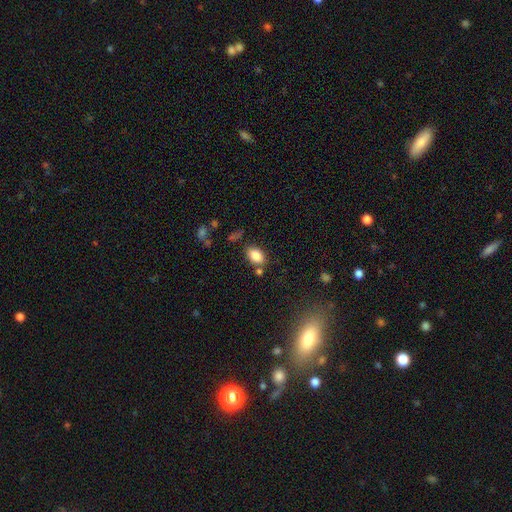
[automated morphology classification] smooth 85%, star or artifact 8%, featured or disk 7%. Down the decision tree: how rounded — in between (89%); merging — none (74%).